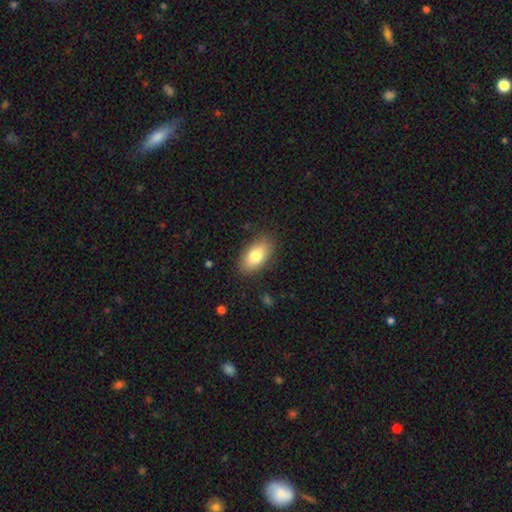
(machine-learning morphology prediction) A smooth galaxy with no disk features (79%) that is in between round and cigar-shaped (92%). Merging: none (85%).